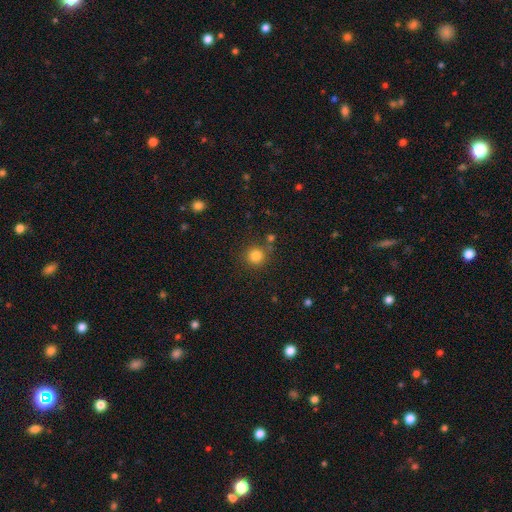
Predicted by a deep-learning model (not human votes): This is clearly a smooth galaxy (82%). How rounded: clearly round (93%). Merging: clearly none (80%).